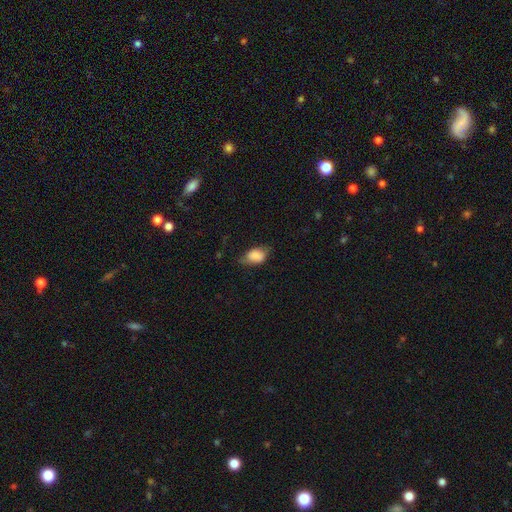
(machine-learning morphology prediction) Smooth or featured? Predicted: smooth (p=0.81). How rounded? Predicted: in between (p=0.86). Merging? Predicted: none (p=0.53).